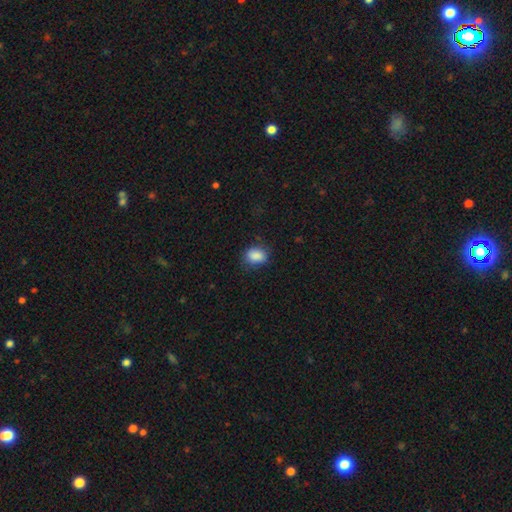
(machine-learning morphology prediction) This appears to be a smooth galaxy with no disk features (87%) that is in between round and cigar-shaped (66%). Merging: none (73%).